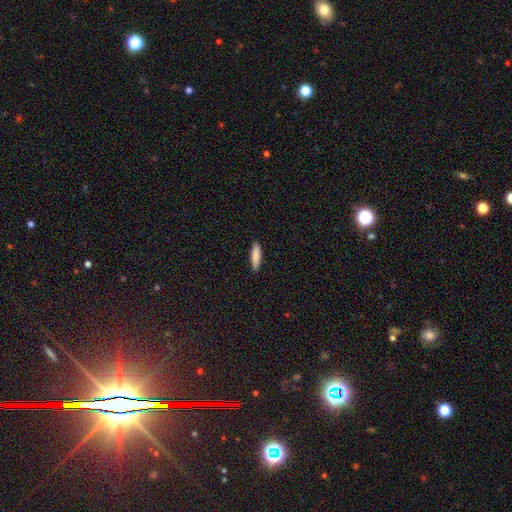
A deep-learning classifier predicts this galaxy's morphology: smooth_or_featured: smooth (p=0.86) [alt: featured or disk p=0.09]
how_rounded: cigar-shaped (p=0.69) [alt: in between p=0.29]
merging: none (p=0.90) [alt: minor disturbance p=0.07]